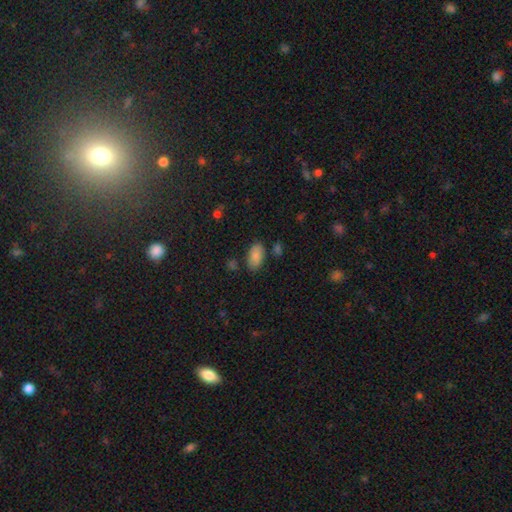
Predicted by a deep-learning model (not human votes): This appears to be a smooth galaxy with no disk features (85%) that is in between round and cigar-shaped (94%). Merging: none (79%).